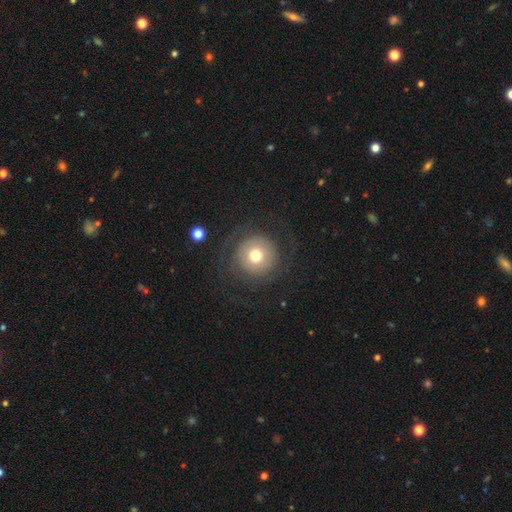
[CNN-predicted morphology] Smooth or featured?
  - smooth: 54% *
  - featured or disk: 36%
  - star or artifact: 10%
How rounded?
  - round: 95% *
  - in between: 4%
  - cigar-shaped: 1%
Merging?
  - none: 76% *
  - major disturbance: 13%
  - minor disturbance: 10%
  - merger: 2%